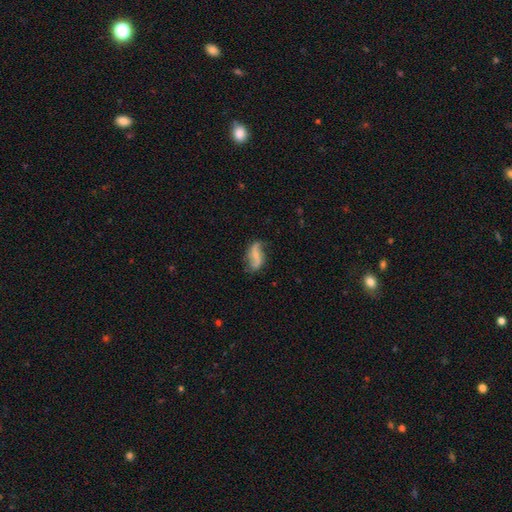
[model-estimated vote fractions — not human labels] The model was most divided on "bulge size": small: 44%, none: 39%, moderate: 14%, large: 2%, dominant: 1%. Remaining: edge-on disk — no (96%); spiral arms — yes (91%); spiral arm count — 2 (88%); spiral winding — loose (81%); smooth or featured — featured or disk (73%); merging — none (64%); bar — weak (38%).